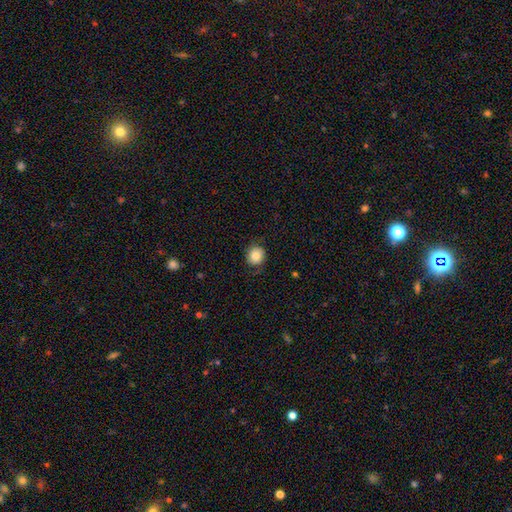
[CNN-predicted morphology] Overall: smooth (79%). How rounded: round (81%). Merging: none (76%).